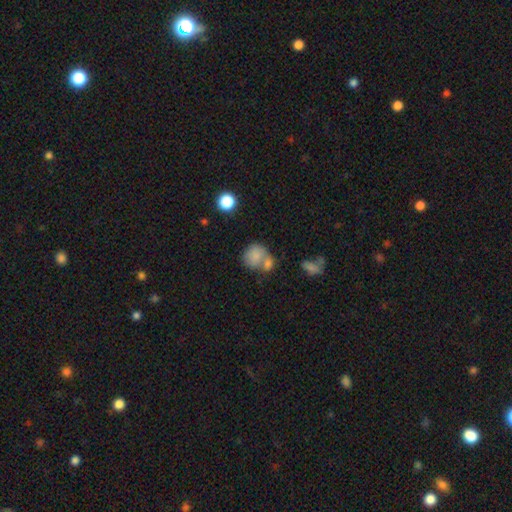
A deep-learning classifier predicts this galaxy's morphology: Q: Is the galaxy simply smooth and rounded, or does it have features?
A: smooth — 79%.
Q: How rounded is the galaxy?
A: round — 75%.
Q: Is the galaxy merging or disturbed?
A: merger — 48%.